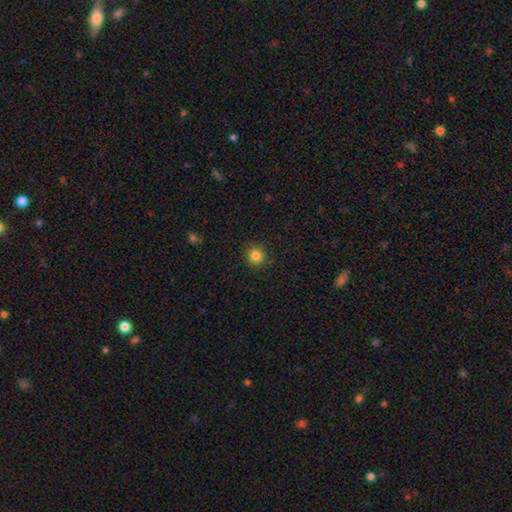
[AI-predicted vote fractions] Smooth or featured: smooth — 84% (star or artifact — 11%)
How rounded: round — 94% (in between — 6%)
Merging: none — 90% (minor disturbance — 7%)